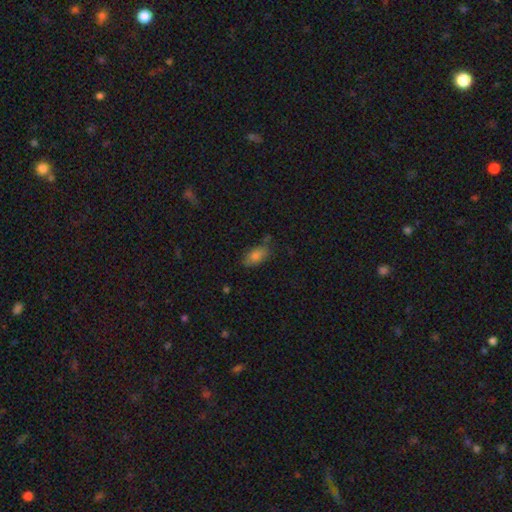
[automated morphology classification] This appears to be a smooth galaxy with no disk features (77%) that is in between round and cigar-shaped (88%). Merging: none (67%).